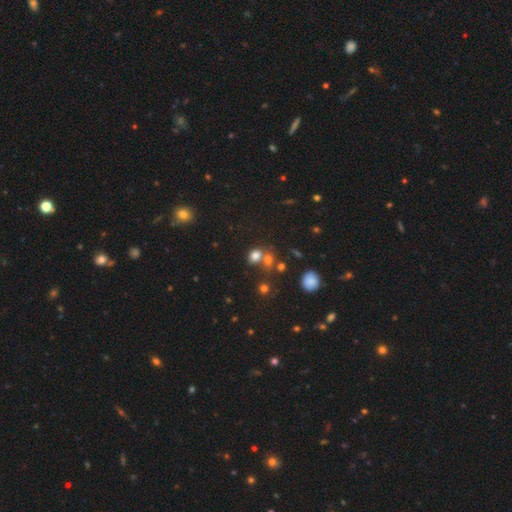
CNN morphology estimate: Smooth or featured: smooth — 74% (star or artifact — 17%)
How rounded: in between — 57% (round — 42%)
Merging: none — 46% (merger — 38%)